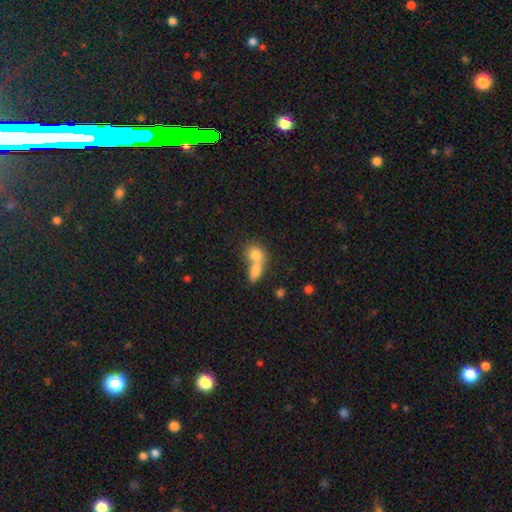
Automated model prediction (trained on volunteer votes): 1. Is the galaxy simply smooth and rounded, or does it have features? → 77% smooth, 15% featured or disk, 8% star or artifact.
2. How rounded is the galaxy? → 50% in between, 46% round, 3% cigar-shaped.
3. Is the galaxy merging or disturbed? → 69% merger, 22% none, 6% minor disturbance, 3% major disturbance.